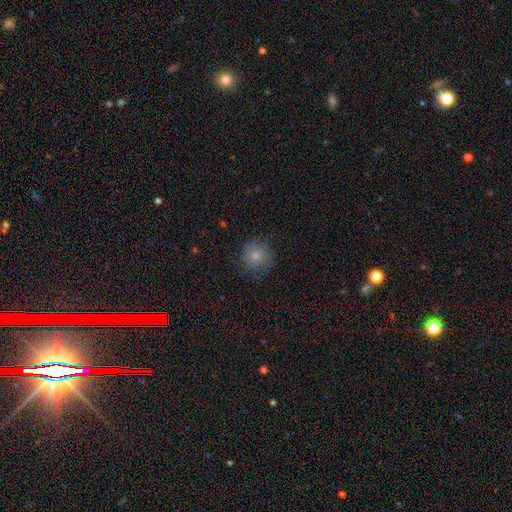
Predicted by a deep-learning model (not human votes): Smooth or featured?
  - smooth: 76% *
  - featured or disk: 14%
  - star or artifact: 9%
How rounded?
  - round: 90% *
  - in between: 9%
  - cigar-shaped: 1%
Merging?
  - none: 73% *
  - minor disturbance: 19%
  - major disturbance: 7%
  - merger: 1%